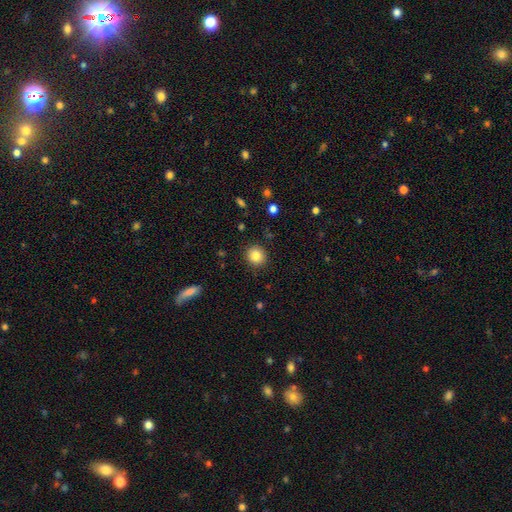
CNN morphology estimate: type=smooth (84%); roundness=round (86%); merging=none (89%).